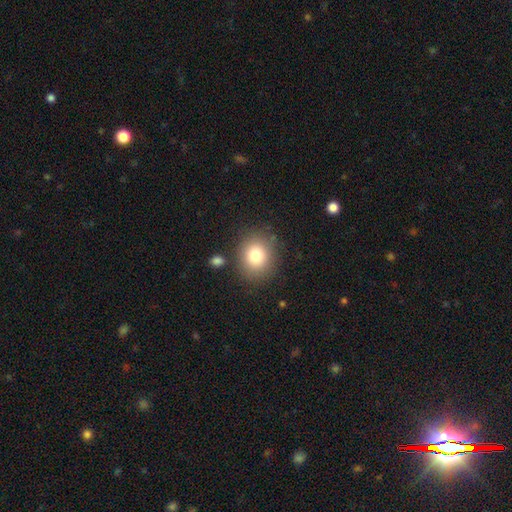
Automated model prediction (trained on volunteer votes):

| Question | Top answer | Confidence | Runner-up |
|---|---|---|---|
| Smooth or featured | smooth | 80% | star or artifact (11%) |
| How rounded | round | 72% | in between (27%) |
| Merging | none | 83% | minor disturbance (10%) |